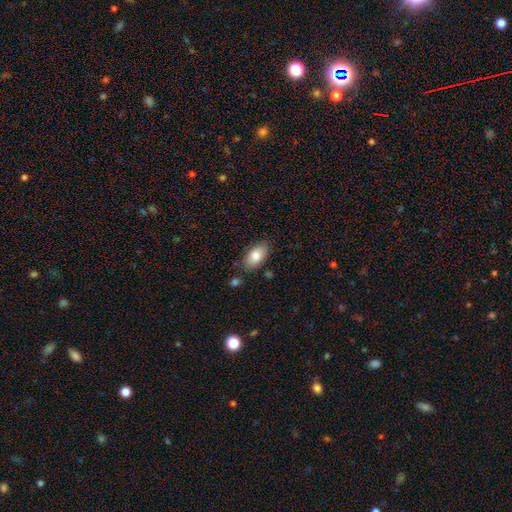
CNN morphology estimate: This appears to be a smooth galaxy with no disk features (81%) that is in between round and cigar-shaped (93%). Merging: none (79%).